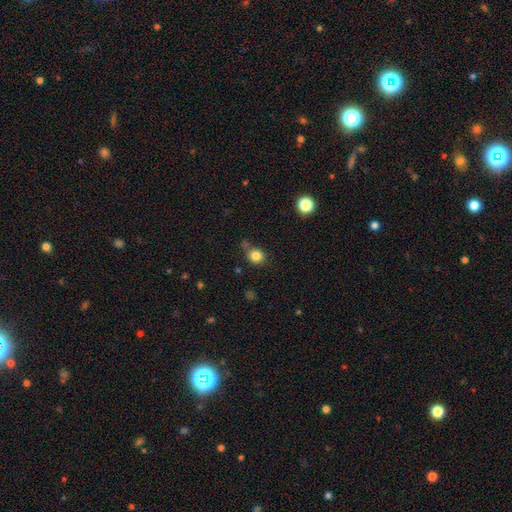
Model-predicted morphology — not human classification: smooth 83%, star or artifact 12%, featured or disk 5%. Down the decision tree: how rounded — round (79%); merging — none (70%).